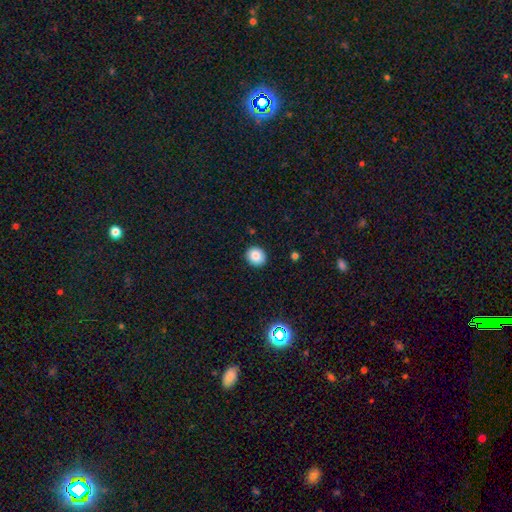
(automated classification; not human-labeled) This appears to be a smooth galaxy with no disk features (85%) that is round (73%). Merging: none (90%).